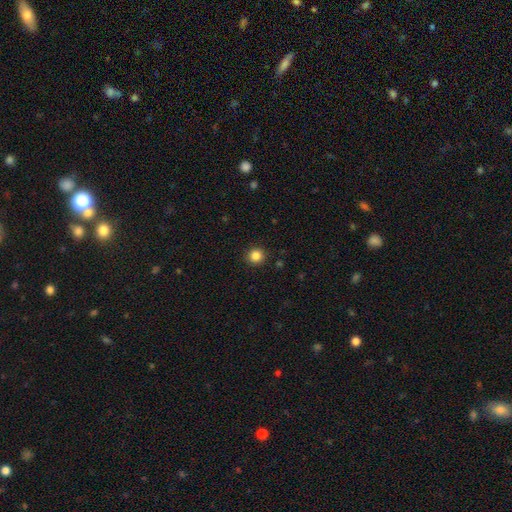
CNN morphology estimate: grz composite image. It shows a smooth galaxy with no disk features (85%) that is round (94%). Merging: none (92%).